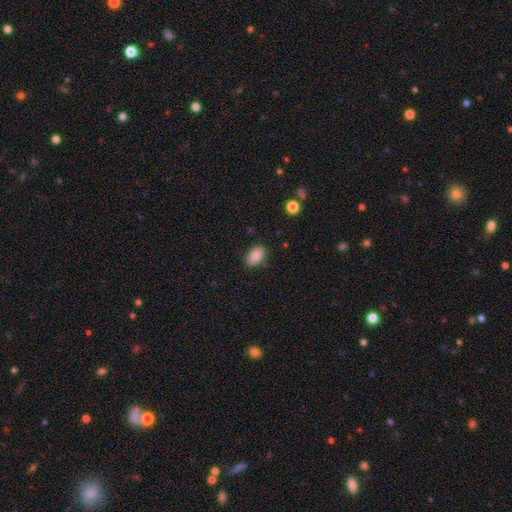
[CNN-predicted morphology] Smooth or featured?
  - smooth: 87% *
  - star or artifact: 8%
  - featured or disk: 5%
How rounded?
  - in between: 93% *
  - round: 5%
  - cigar-shaped: 2%
Merging?
  - none: 83% *
  - minor disturbance: 13%
  - major disturbance: 3%
  - merger: 2%